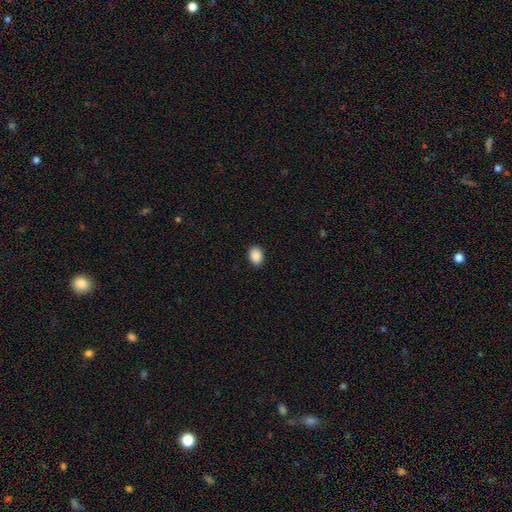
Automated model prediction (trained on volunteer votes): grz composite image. It shows a smooth galaxy with no disk features (90%) that is in between round and cigar-shaped (66%). Merging: none (90%).